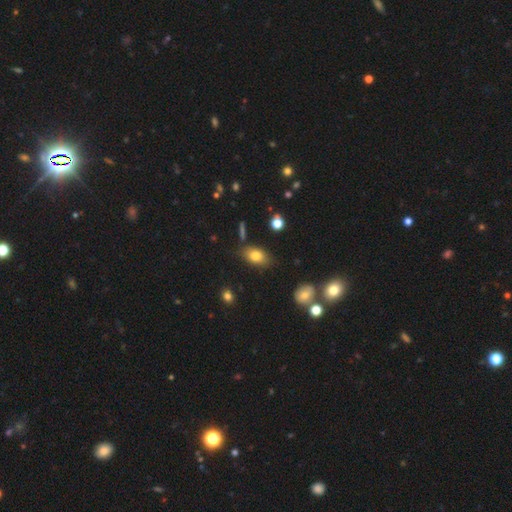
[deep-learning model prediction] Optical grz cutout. It shows a smooth galaxy with no disk features (79%) that is in between round and cigar-shaped (87%). Merging: none (79%).